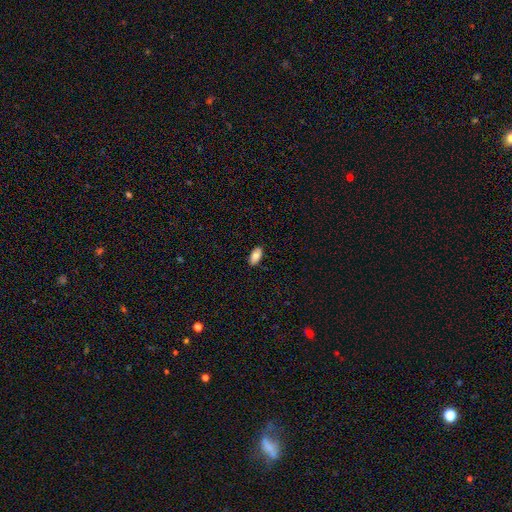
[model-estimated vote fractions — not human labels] smooth_or_featured: smooth (p=0.79) [alt: featured or disk p=0.14]
how_rounded: in between (p=0.93) [alt: cigar-shaped p=0.04]
merging: none (p=0.88) [alt: minor disturbance p=0.09]